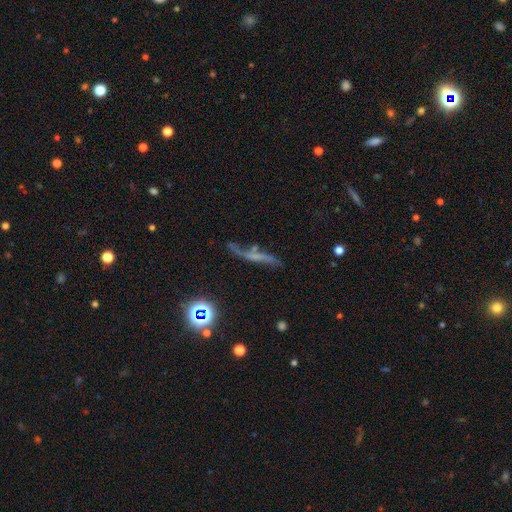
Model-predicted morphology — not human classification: Smooth or featured?
  - featured or disk: 51% *
  - smooth: 31%
  - star or artifact: 19%
Edge-on disk?
  - no: 51% *
  - yes: 49%
Merging?
  - none: 46% *
  - minor disturbance: 24%
  - major disturbance: 20%
  - merger: 10%